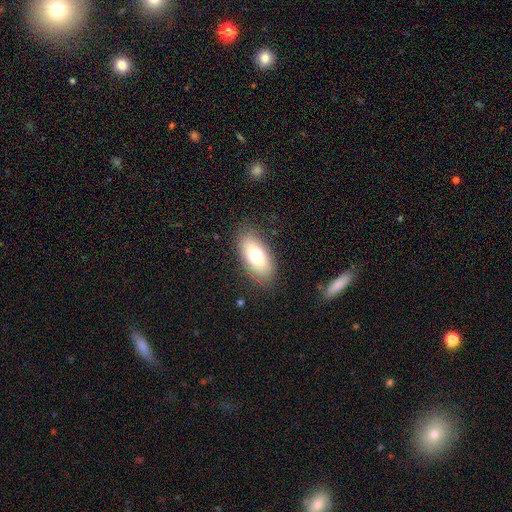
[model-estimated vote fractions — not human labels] Overall: smooth (73%). How rounded: in between (89%). Merging: none (84%).